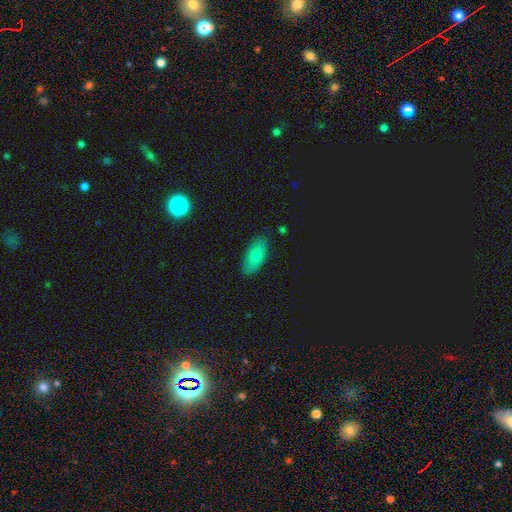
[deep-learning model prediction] A smooth galaxy with no disk features (82%) that is in between round and cigar-shaped (88%). Merging: none (84%).